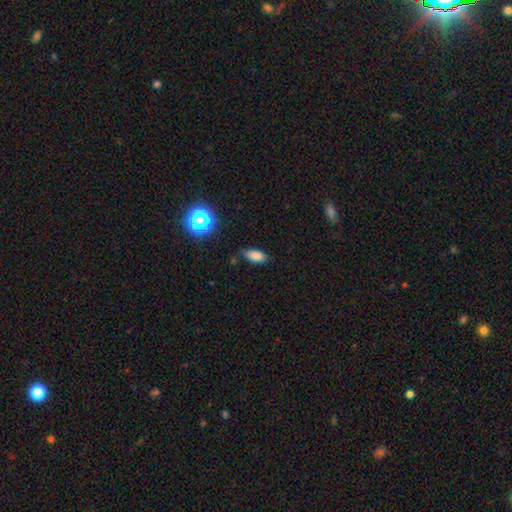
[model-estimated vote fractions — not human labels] smooth-or-featured: smooth: 83% | star or artifact: 11% | featured or disk: 6%
  how-rounded: in between: 87% | cigar-shaped: 8% | round: 6%
  merging: none: 69% | minor disturbance: 24% | major disturbance: 4% | merger: 3%